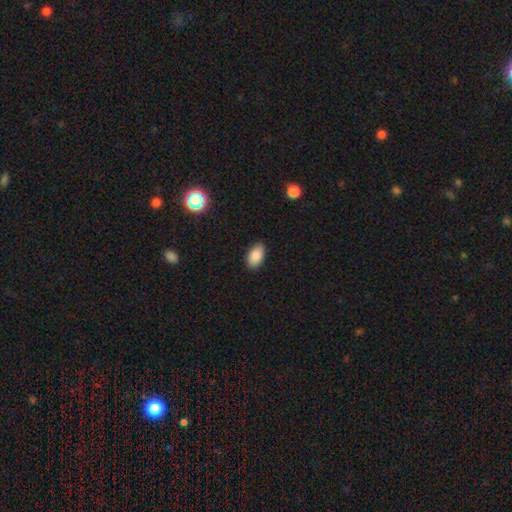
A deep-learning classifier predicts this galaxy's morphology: Smooth or featured? smooth (87%)
How rounded? in between (93%)
Merging? none (85%)